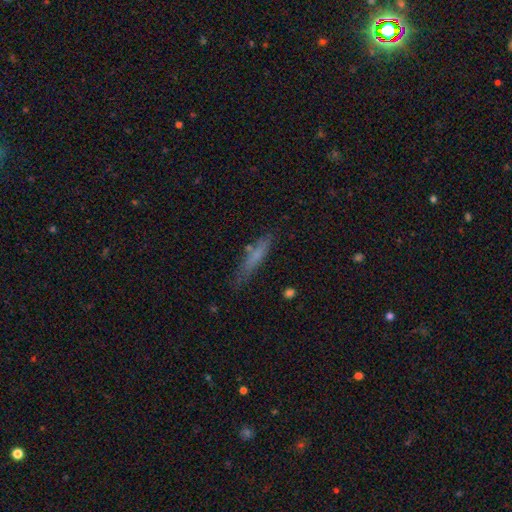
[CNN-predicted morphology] smooth-or-featured: smooth: 66% | featured or disk: 25% | star or artifact: 9%
  how-rounded: cigar-shaped: 88% | in between: 10% | round: 2%
  merging: none: 77% | minor disturbance: 16% | major disturbance: 4% | merger: 4%